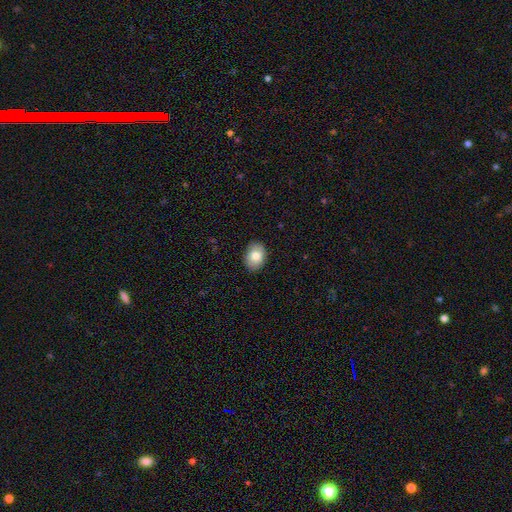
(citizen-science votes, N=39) Smooth or featured?
  - smooth: 72% *
  - featured or disk: 21%
  - star or artifact: 8%
How rounded?
  - in between: 93% *
  - round: 7%
  - cigar-shaped: 0%
Merging?
  - none: 86% *
  - minor disturbance: 14%
  - major disturbance: 0%
  - merger: 0%